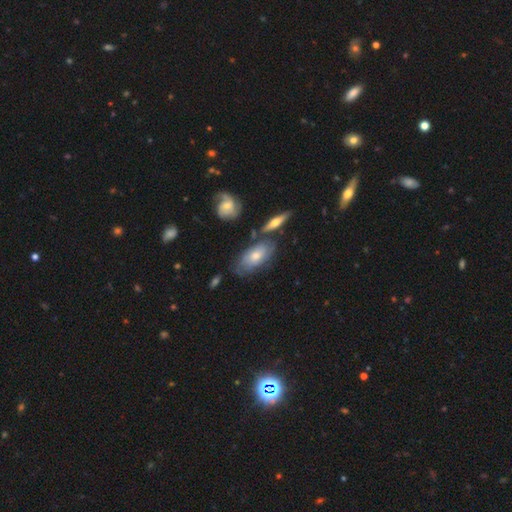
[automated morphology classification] Smooth or featured? featured or disk (48%)
Merging? none (60%)